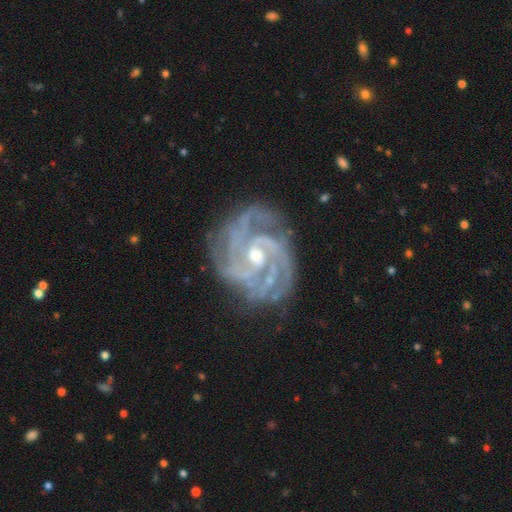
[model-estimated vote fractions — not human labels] Morphology: type=featured or disk (92%); edge-on=no (98%); bar=no (47%); spiral arms=yes (98%); winding=tight (65%); arm count=3 (33%); bulge=moderate (60%); merging=none (74%).